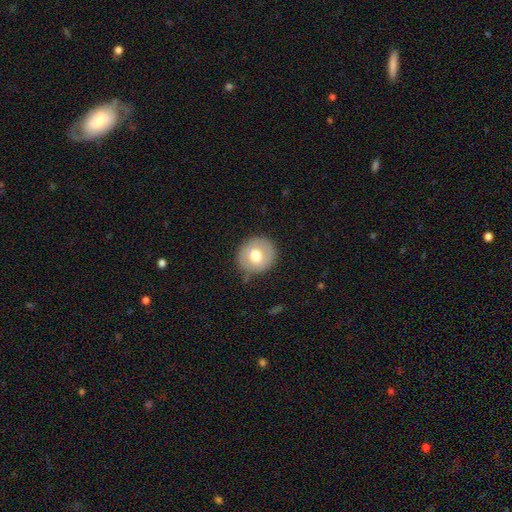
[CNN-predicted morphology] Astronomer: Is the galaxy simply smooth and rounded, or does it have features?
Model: smooth — 67%.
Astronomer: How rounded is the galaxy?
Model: round — 88%.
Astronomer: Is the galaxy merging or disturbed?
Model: none — 78%.